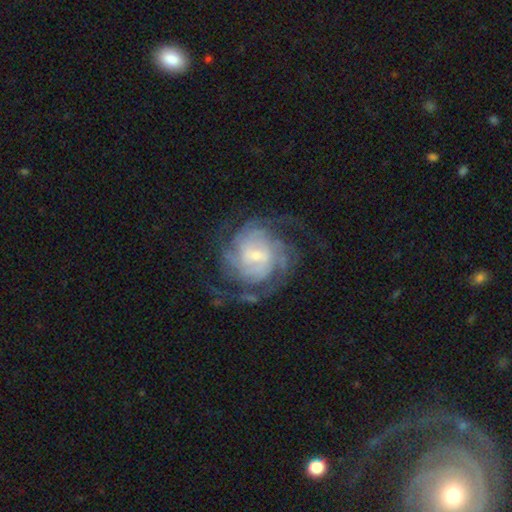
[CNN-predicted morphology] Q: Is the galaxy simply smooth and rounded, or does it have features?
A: featured or disk — 86%.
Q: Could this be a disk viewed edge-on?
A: no — 98%.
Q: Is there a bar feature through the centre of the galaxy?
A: weak — 46%.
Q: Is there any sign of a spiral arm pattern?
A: yes — 96%.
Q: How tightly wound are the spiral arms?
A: tight — 57%.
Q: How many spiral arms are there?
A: can't tell — 30%.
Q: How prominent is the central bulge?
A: small — 58%.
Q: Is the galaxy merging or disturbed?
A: none — 69%.